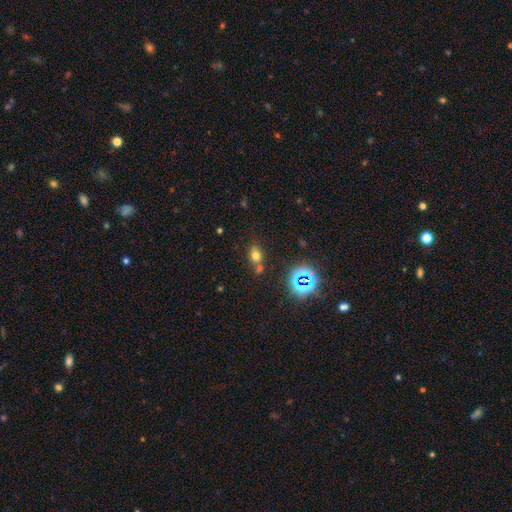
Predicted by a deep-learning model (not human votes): smooth 63%, star or artifact 24%, featured or disk 12%. Down the decision tree: how rounded — in between (61%); merging — none (60%).